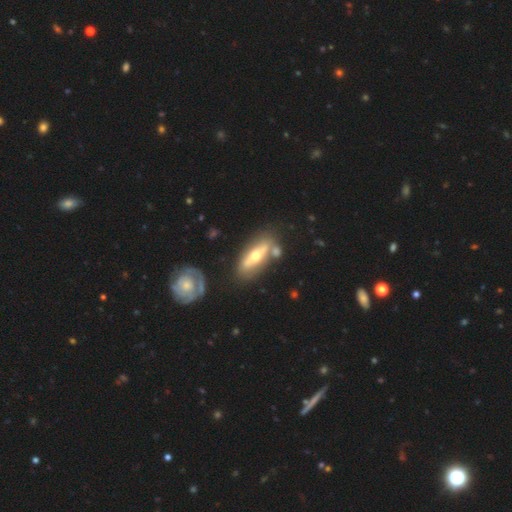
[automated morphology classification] Smooth or featured?
  - featured or disk: 63% *
  - smooth: 31%
  - star or artifact: 6%
Edge-on disk?
  - no: 56% *
  - yes: 44%
Merging?
  - none: 64% *
  - merger: 16%
  - minor disturbance: 15%
  - major disturbance: 6%